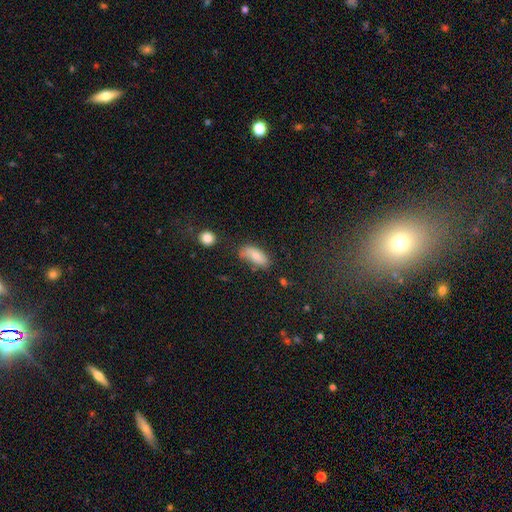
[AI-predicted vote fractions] Smooth or featured?
  - smooth: 78% *
  - featured or disk: 13%
  - star or artifact: 9%
How rounded?
  - in between: 86% *
  - cigar-shaped: 11%
  - round: 3%
Merging?
  - none: 55% *
  - minor disturbance: 29%
  - major disturbance: 10%
  - merger: 6%